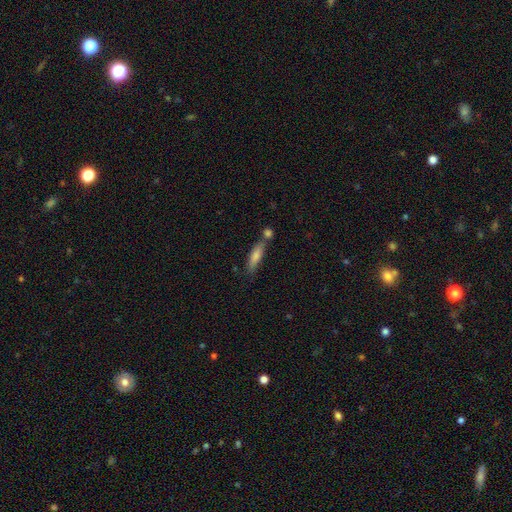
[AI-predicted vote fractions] Smooth or featured? Predicted: smooth (p=0.72). How rounded? Predicted: cigar-shaped (p=0.68). Merging? Predicted: none (p=0.62).